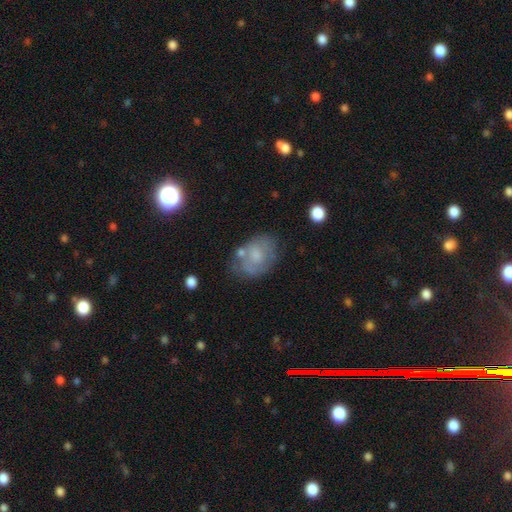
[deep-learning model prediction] Overall: smooth (52%; featured or disk 39%). How rounded: in between (73%). Merging: none (56%; minor disturbance 25%).